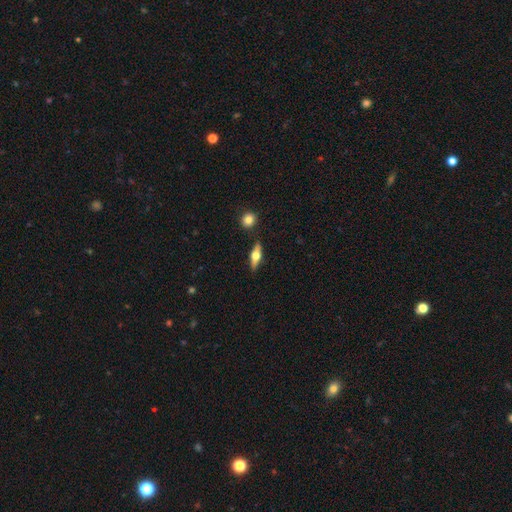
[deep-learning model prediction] Overall: featured or disk (58%; smooth 36%). Edge-on disk: yes (93%). Edge-on bulge: rounded (95%). Merging: none (86%).